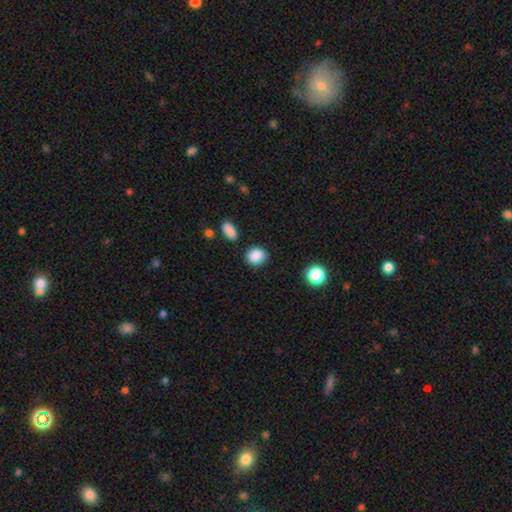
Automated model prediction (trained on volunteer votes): smooth_or_featured: smooth (p=0.88) [alt: star or artifact p=0.08]
how_rounded: round (p=0.70) [alt: in between p=0.29]
merging: none (p=0.83) [alt: minor disturbance p=0.11]